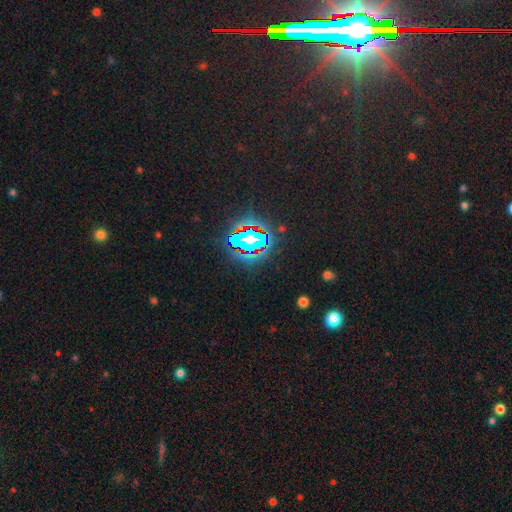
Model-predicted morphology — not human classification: This is clearly a star or artifact rather than a galaxy (83%).